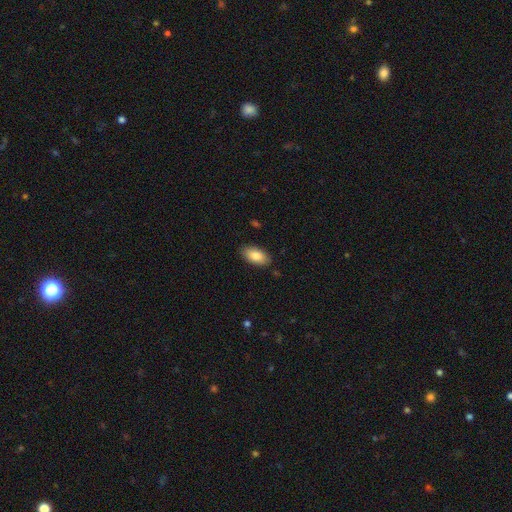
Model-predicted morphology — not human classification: The model was most divided on "smooth or featured": smooth: 84%, featured or disk: 10%, star or artifact: 7%. More confident: how rounded — in between (93%); merging — none (87%).